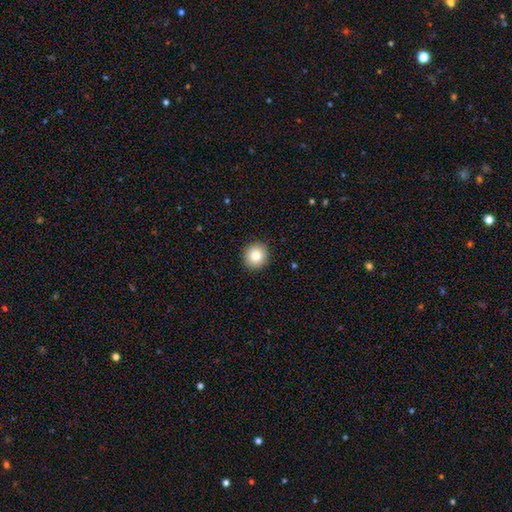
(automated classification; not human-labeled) Q: Smooth or featured?
A: smooth (83%); runner-up: star or artifact (9%)
Q: How rounded?
A: round (89%); runner-up: in between (10%)
Q: Merging?
A: none (92%); runner-up: minor disturbance (5%)